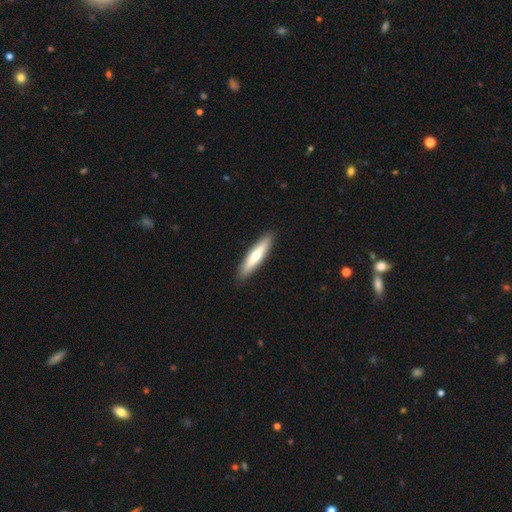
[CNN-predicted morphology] A smooth galaxy with no disk features (60%) that is cigar-shaped (83%).

Vote fractions:
- Smooth or featured? smooth: 60% / featured or disk: 35% / star or artifact: 5%
- How rounded? cigar-shaped: 83% / in between: 15% / round: 1%
- Merging? none: 91% / minor disturbance: 7% / major disturbance: 1% / merger: 1%